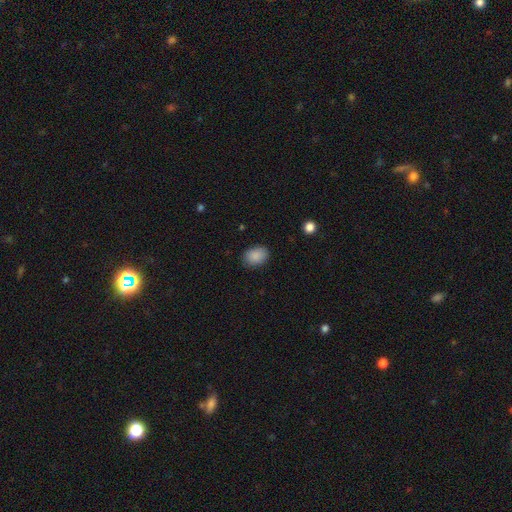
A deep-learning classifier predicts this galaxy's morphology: smooth 89%, star or artifact 8%, featured or disk 4%. Down the decision tree: how rounded — in between (72%); merging — none (85%).